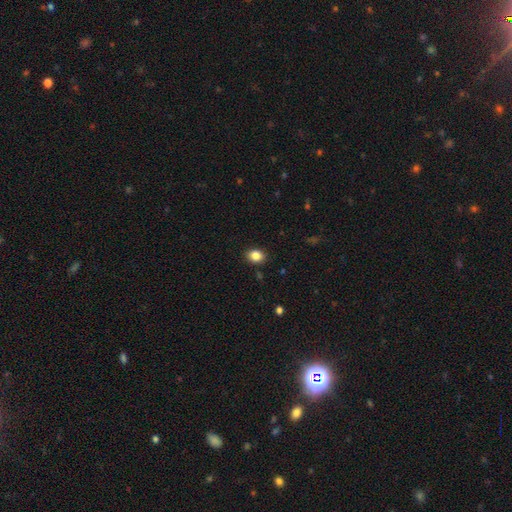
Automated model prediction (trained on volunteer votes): Smooth or featured? smooth (86%)
How rounded? in between (56%)
Merging? none (88%)